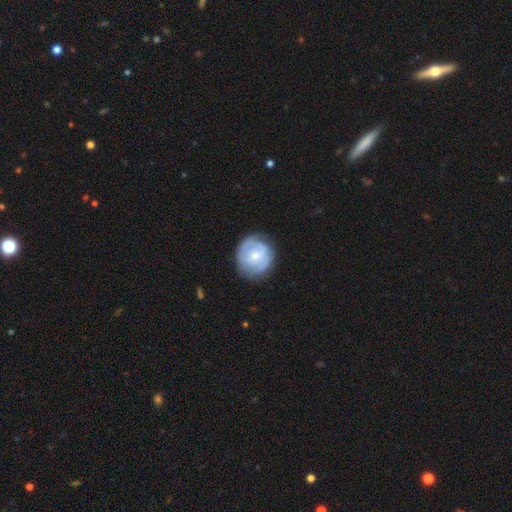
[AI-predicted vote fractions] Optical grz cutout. It shows a featured or disk galaxy (51%). Merging: none (73%).